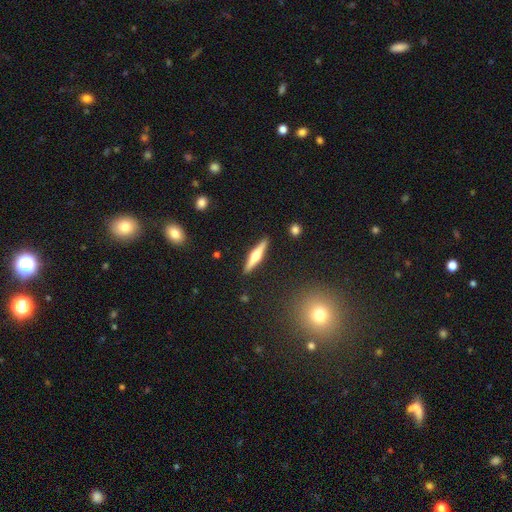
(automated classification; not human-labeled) Morphology: type=featured or disk (66%); edge-on=yes (97%); edge-on bulge=rounded (91%); merging=none (91%).